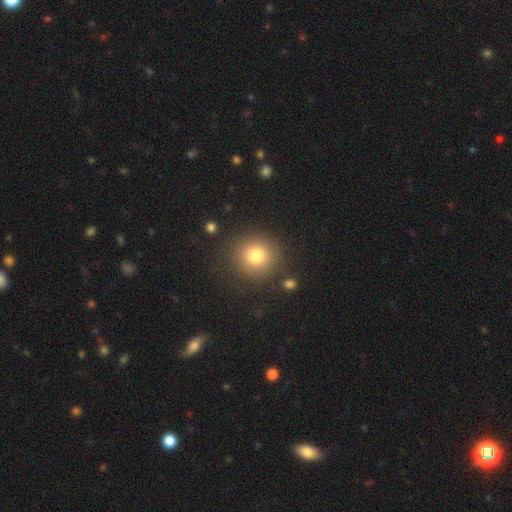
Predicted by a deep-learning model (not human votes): A smooth galaxy with no disk features (80%) that is round (92%).

Vote fractions:
- Smooth or featured? smooth: 80% / star or artifact: 12% / featured or disk: 8%
- How rounded? round: 92% / in between: 7% / cigar-shaped: 1%
- Merging? none: 86% / minor disturbance: 8% / major disturbance: 4% / merger: 3%